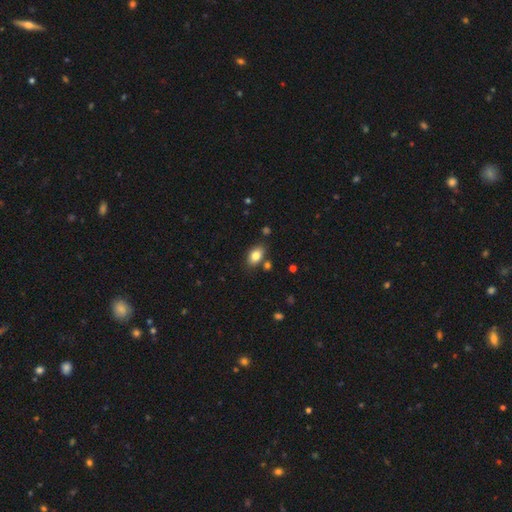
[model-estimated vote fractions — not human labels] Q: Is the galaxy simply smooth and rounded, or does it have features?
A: smooth — 82%.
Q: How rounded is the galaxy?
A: in between — 87%.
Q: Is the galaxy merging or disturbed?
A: none — 80%.